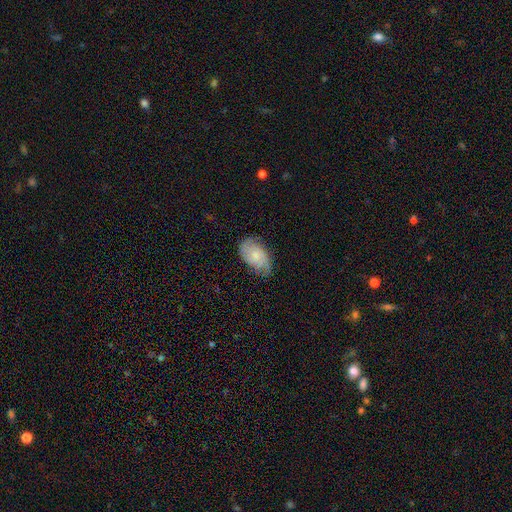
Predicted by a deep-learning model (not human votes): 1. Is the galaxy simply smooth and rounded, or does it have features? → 60% featured or disk, 32% smooth, 7% star or artifact.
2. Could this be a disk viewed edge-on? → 96% no, 4% yes.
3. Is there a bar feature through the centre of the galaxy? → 71% no, 26% weak, 3% strong.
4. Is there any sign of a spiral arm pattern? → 91% yes, 9% no.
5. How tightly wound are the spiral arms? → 49% tight, 38% medium, 13% loose.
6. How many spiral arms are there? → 48% 2, 28% can't tell, 12% 3, 5% 1, 4% 4, 3% more than 4.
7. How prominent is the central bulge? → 50% small, 33% moderate, 12% none, 4% large, 1% dominant.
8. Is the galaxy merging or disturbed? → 67% none, 25% minor disturbance, 7% major disturbance, 1% merger.